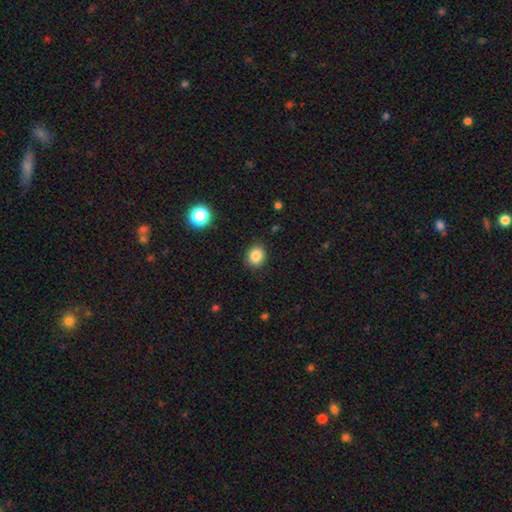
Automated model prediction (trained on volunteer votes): This is clearly a smooth galaxy (85%). How rounded: likely round (68%). Merging: clearly none (89%).